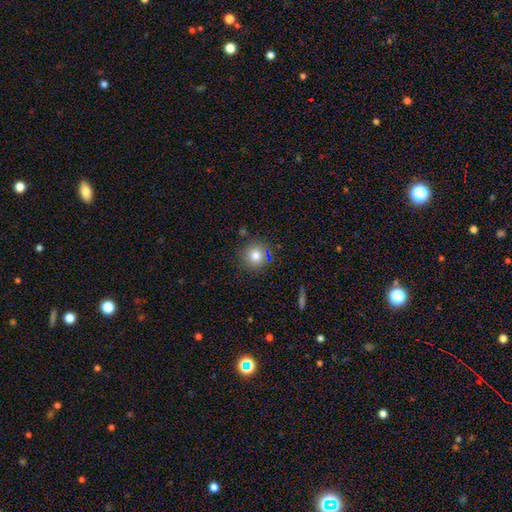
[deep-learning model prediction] Smooth or featured?
  - smooth: 80% *
  - star or artifact: 12%
  - featured or disk: 9%
How rounded?
  - round: 93% *
  - in between: 6%
  - cigar-shaped: 1%
Merging?
  - none: 83% *
  - minor disturbance: 9%
  - merger: 5%
  - major disturbance: 3%